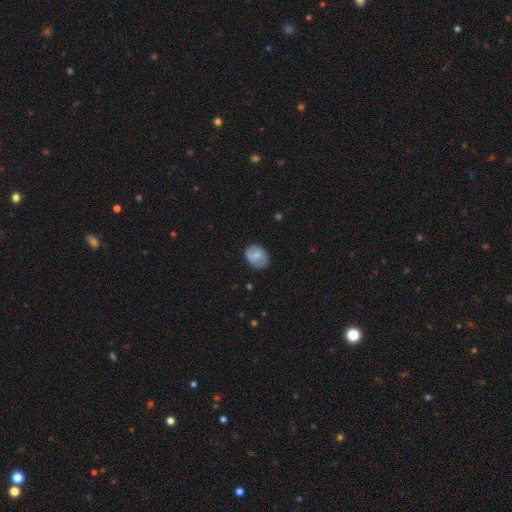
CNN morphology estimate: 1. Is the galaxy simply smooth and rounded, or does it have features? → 73% smooth, 20% featured or disk, 7% star or artifact.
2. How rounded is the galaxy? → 58% in between, 41% round, 1% cigar-shaped.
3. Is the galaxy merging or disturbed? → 74% none, 20% minor disturbance, 5% major disturbance, 1% merger.